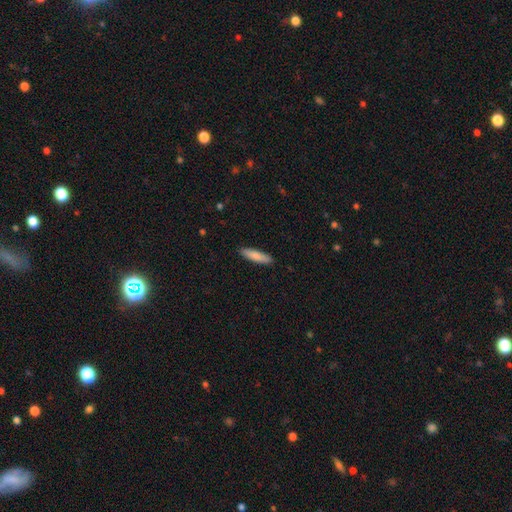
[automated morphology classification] This is clearly a smooth galaxy (83%). How rounded: likely cigar-shaped (74%). Merging: clearly none (90%).